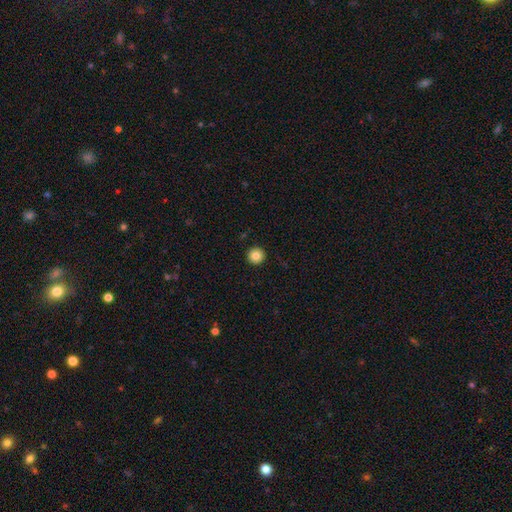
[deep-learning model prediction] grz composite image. It shows a smooth galaxy with no disk features (84%) that is round (97%). Merging: none (94%).